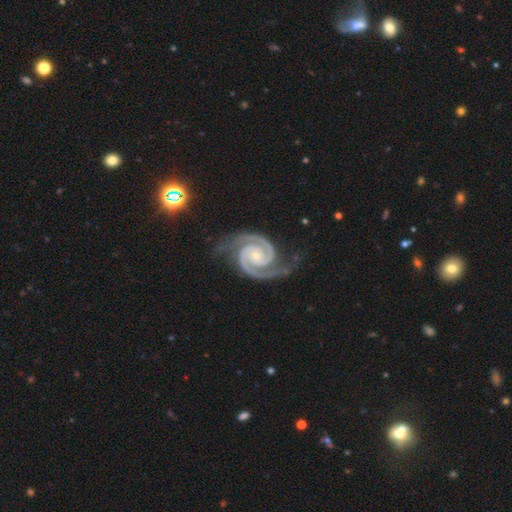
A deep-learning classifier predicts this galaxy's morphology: featured or disk 95%, star or artifact 4%, smooth 2%. Down the decision tree: edge-on disk — no (98%); bar — no (70%); spiral arms — yes (99%); spiral arm count — 2 (93%); spiral winding — tight (65%); bulge size — small (76%); merging — none (75%).